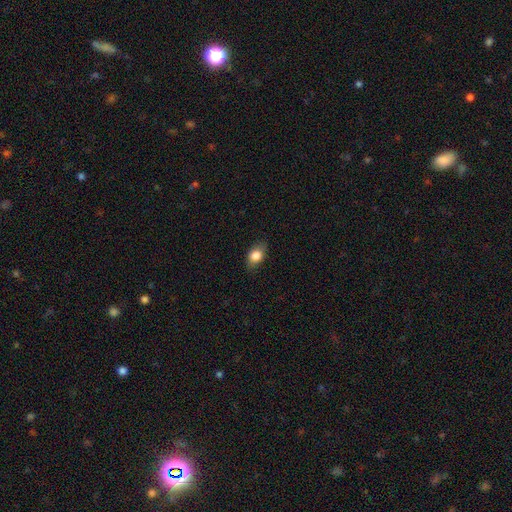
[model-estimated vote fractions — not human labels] Morphology: type=smooth (81%); roundness=in between (80%); merging=none (82%).